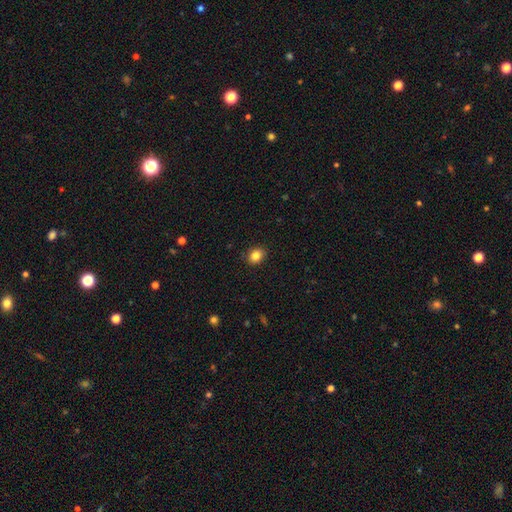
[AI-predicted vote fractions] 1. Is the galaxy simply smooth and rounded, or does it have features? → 84% smooth, 10% star or artifact, 6% featured or disk.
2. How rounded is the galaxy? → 51% round, 48% in between, 1% cigar-shaped.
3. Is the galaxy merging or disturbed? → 89% none, 8% minor disturbance, 2% major disturbance, 1% merger.